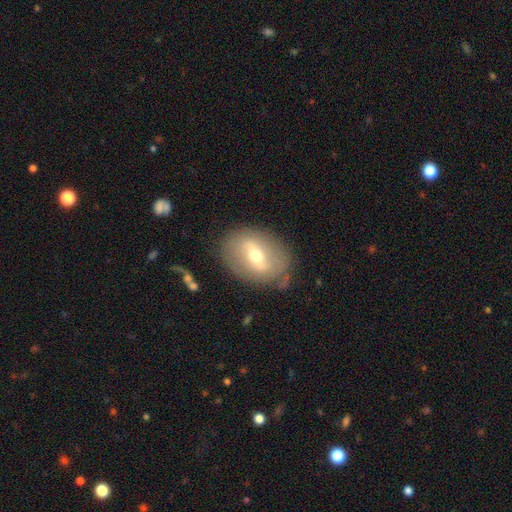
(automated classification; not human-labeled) The model was most divided on "smooth or featured": featured or disk: 55%, smooth: 37%, star or artifact: 8%. More confident: edge-on disk — no (88%); merging — none (76%).